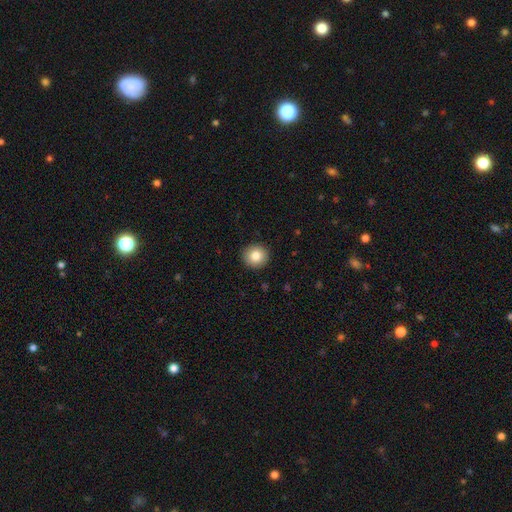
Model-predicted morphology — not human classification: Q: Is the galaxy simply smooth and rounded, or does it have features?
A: smooth — 82%.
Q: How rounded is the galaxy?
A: round — 94%.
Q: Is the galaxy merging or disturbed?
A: none — 93%.